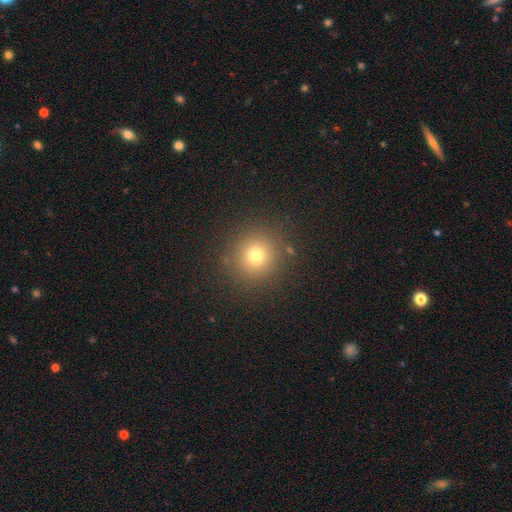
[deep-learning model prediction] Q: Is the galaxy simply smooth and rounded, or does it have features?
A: smooth — 73%.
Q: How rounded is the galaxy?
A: round — 93%.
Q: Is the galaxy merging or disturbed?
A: none — 88%.